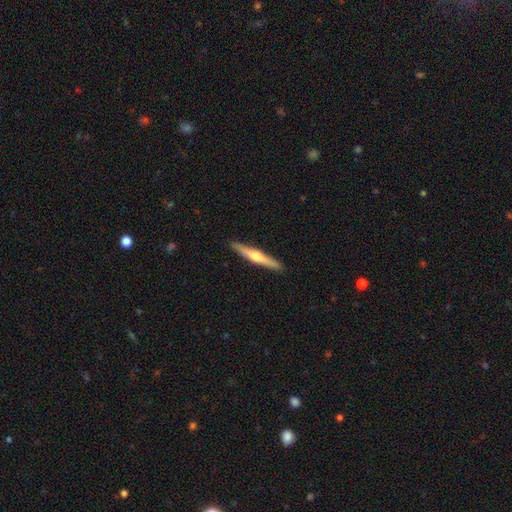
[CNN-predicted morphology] This appears to be a featured or disk galaxy (61%) viewed edge-on (97%) with a rounded central bulge (91%). Merging: none (92%).